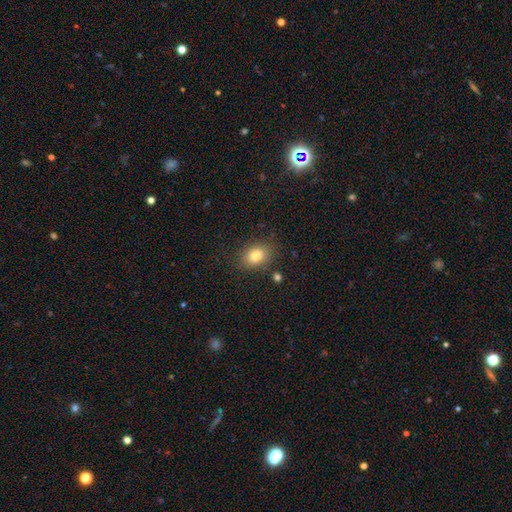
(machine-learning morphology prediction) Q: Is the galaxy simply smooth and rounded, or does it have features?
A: smooth — 81%.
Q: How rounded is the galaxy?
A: in between — 67%.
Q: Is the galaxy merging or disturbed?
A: none — 81%.